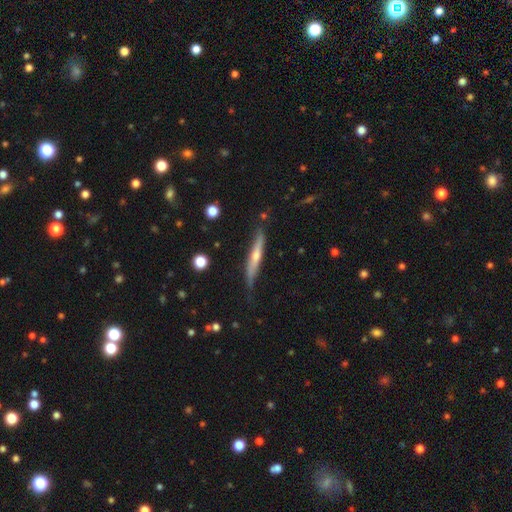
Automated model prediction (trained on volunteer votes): Smooth or featured? Predicted: featured or disk (p=0.63). Edge-on disk? Predicted: yes (p=0.94). Edge-on bulge? Predicted: rounded (p=0.78). Merging? Predicted: none (p=0.76).